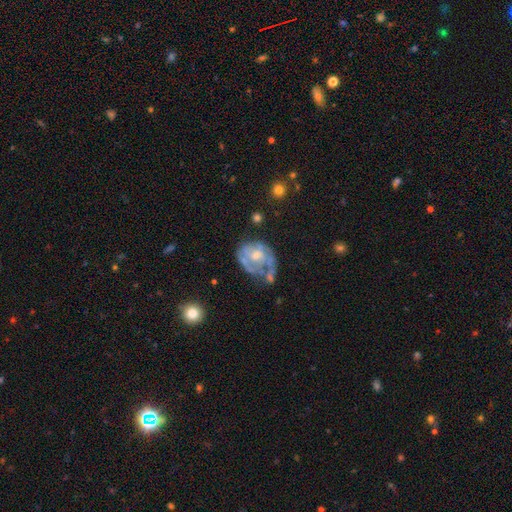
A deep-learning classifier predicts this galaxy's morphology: This is likely a featured or disk galaxy (73%). It is clearly not viewed edge-on (98%). Bar: likely no (76%). Spiral arm pattern: likely yes (63%). Central bulge: possibly moderate (46%). Merging: marginally none (35%).